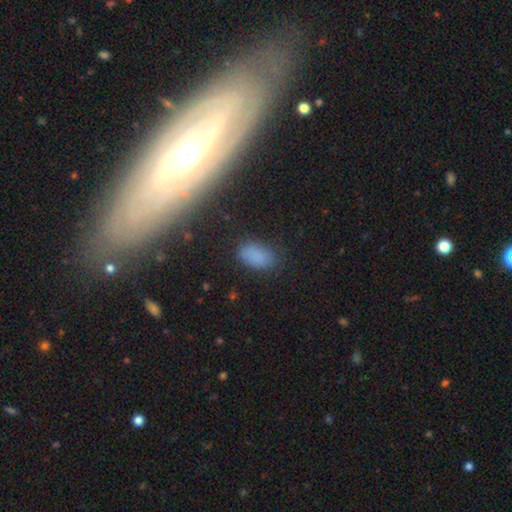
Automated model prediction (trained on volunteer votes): A smooth galaxy with no disk features (78%) that is in between round and cigar-shaped (92%). Merging: none (77%).